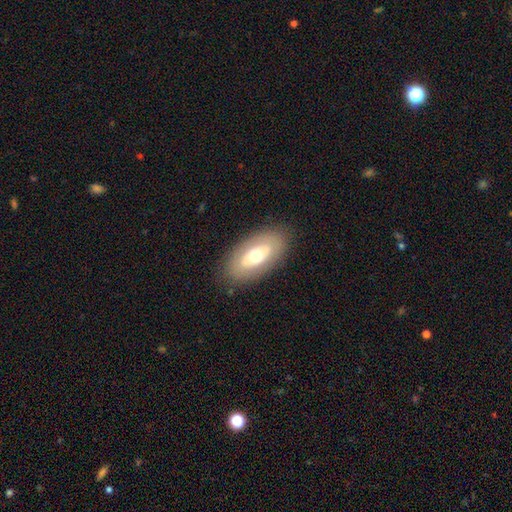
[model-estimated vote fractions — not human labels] Smooth or featured: smooth — 51% (featured or disk — 43%)
How rounded: in between — 92% (round — 5%)
Merging: none — 84% (minor disturbance — 11%)